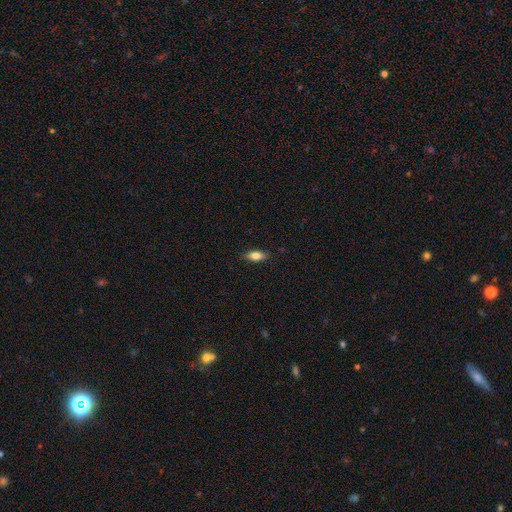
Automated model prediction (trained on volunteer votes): Smooth or featured? Predicted: smooth (p=0.79). How rounded? Predicted: in between (p=0.79). Merging? Predicted: none (p=0.86).